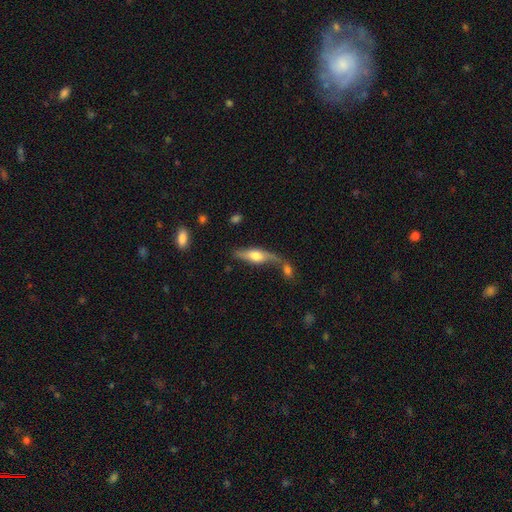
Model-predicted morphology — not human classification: This appears to be a featured or disk galaxy (48%). Merging: none (42%).